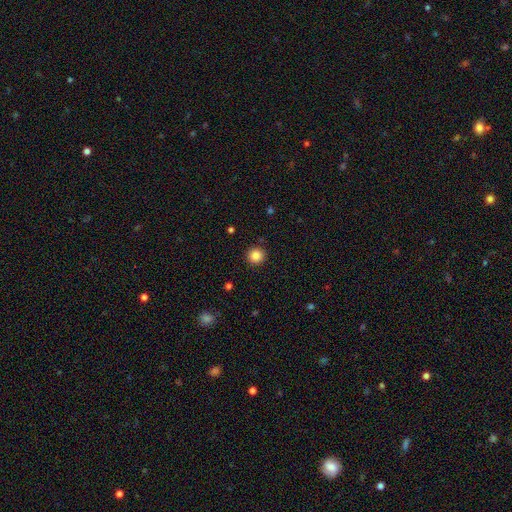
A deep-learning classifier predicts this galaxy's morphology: The model was most divided on "smooth or featured": smooth: 86%, star or artifact: 10%, featured or disk: 4%. More confident: how rounded — round (94%); merging — none (91%).